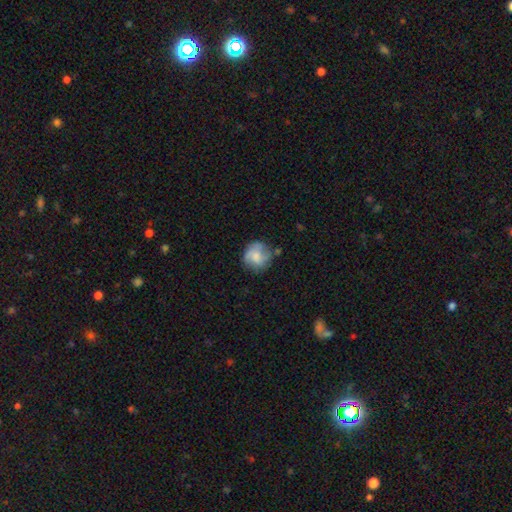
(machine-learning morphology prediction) smooth_or_featured: smooth (p=0.56) [alt: featured or disk p=0.36]
how_rounded: round (p=0.84) [alt: in between p=0.15]
merging: none (p=0.64) [alt: minor disturbance p=0.23]